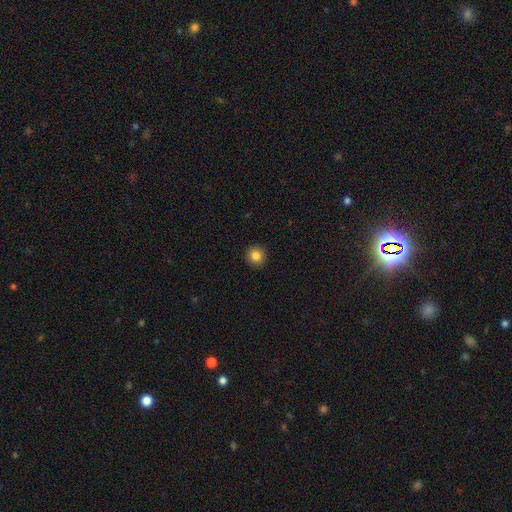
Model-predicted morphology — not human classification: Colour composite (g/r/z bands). It shows a smooth galaxy with no disk features (84%) that is round (93%). Merging: none (93%).